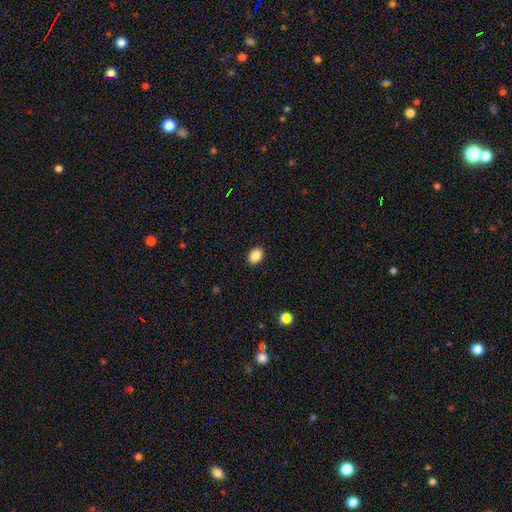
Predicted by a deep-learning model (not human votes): Smooth or featured? Predicted: smooth (p=0.87). How rounded? Predicted: round (p=0.51). Merging? Predicted: none (p=0.91).